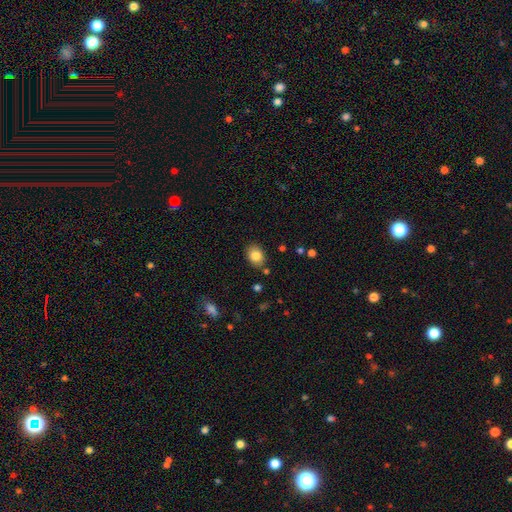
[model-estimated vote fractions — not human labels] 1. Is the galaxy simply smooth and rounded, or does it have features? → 84% smooth, 9% star or artifact, 8% featured or disk.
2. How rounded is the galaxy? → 66% in between, 33% round, 1% cigar-shaped.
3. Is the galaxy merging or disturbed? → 82% none, 12% minor disturbance, 3% merger, 3% major disturbance.